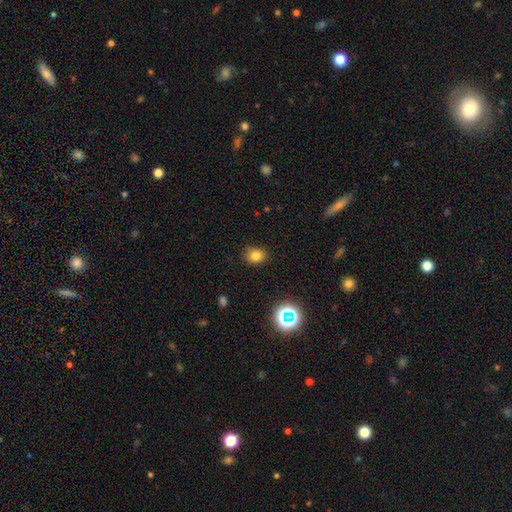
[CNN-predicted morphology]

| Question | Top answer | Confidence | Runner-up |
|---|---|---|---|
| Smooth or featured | smooth | 77% | star or artifact (16%) |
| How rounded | round | 59% | in between (40%) |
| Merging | none | 82% | minor disturbance (13%) |